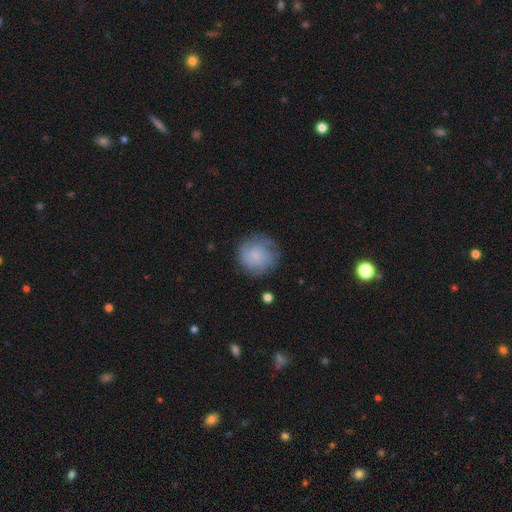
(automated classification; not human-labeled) Q: Smooth or featured?
A: smooth (55%); runner-up: featured or disk (36%)
Q: How rounded?
A: round (91%); runner-up: in between (8%)
Q: Merging?
A: none (74%); runner-up: minor disturbance (17%)